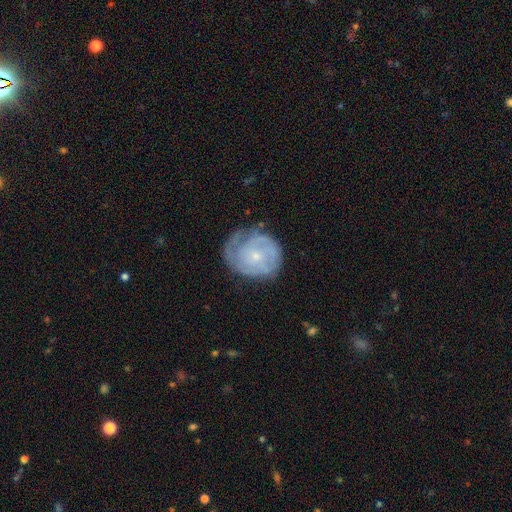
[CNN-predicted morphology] This appears to be a featured or disk galaxy (73%) with no bar (79%), tight (67%) spiral arms (88%) and a small central bulge (75%). Merging: none (61%).